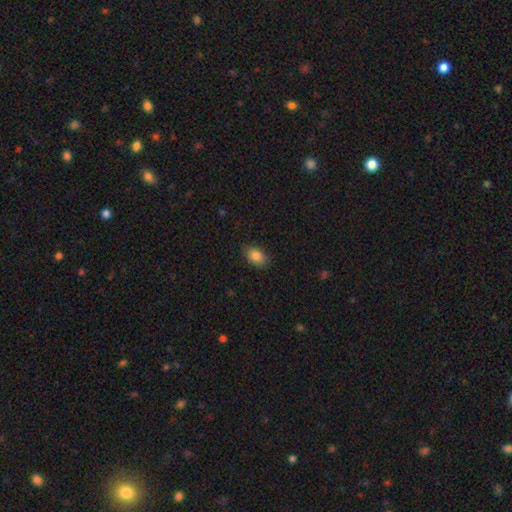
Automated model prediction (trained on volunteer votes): Q: Smooth or featured?
A: smooth (85%); runner-up: star or artifact (8%)
Q: How rounded?
A: in between (85%); runner-up: round (13%)
Q: Merging?
A: none (84%); runner-up: minor disturbance (13%)